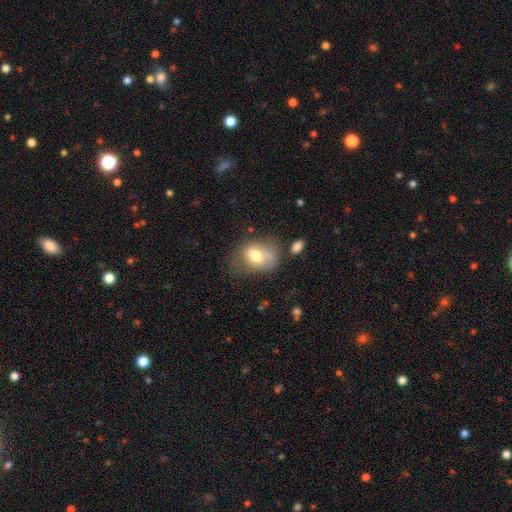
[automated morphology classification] smooth 71%, featured or disk 21%, star or artifact 8%. Down the decision tree: how rounded — in between (66%); merging — none (39%).